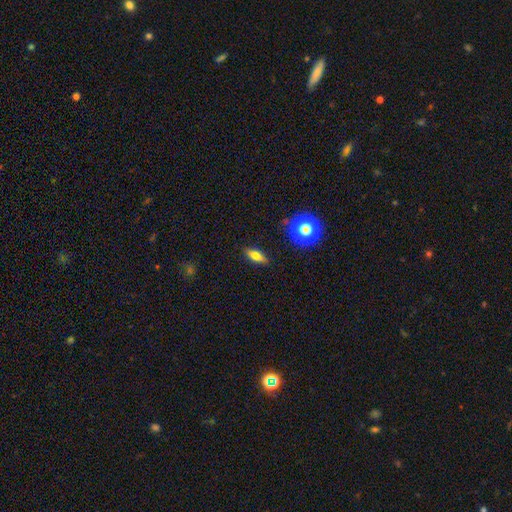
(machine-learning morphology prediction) Smooth or featured: smooth — 69% (featured or disk — 21%)
How rounded: in between — 65% (cigar-shaped — 28%)
Merging: none — 86% (minor disturbance — 9%)